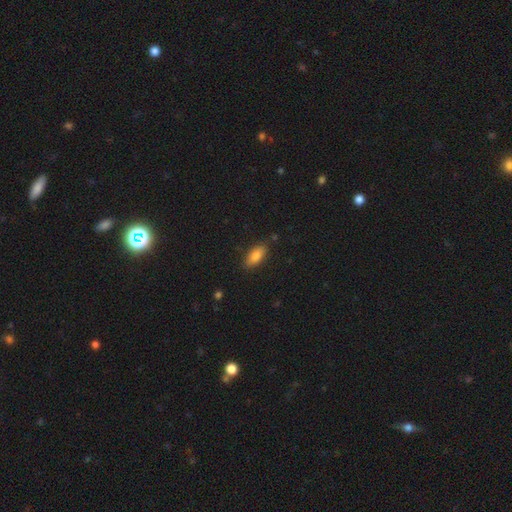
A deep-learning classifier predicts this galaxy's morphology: The model was most divided on "how rounded": in between: 82%, cigar-shaped: 16%, round: 2%. More confident: merging — none (84%); smooth or featured — smooth (83%).